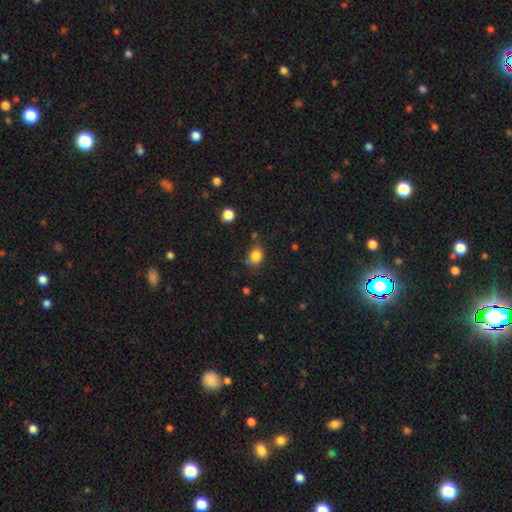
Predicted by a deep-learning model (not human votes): A smooth galaxy with no disk features (83%) that is round (57%).

Vote fractions:
- Smooth or featured? smooth: 83% / star or artifact: 12% / featured or disk: 5%
- How rounded? round: 57% / in between: 42% / cigar-shaped: 1%
- Merging? none: 66% / minor disturbance: 22% / merger: 6% / major disturbance: 6%